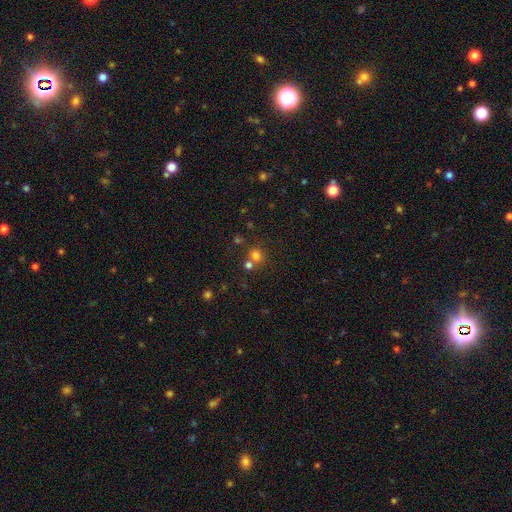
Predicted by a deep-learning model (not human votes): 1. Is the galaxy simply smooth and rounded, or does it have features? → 73% smooth, 19% star or artifact, 8% featured or disk.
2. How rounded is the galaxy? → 83% round, 16% in between, 1% cigar-shaped.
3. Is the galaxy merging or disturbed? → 57% none, 32% merger, 7% minor disturbance, 3% major disturbance.